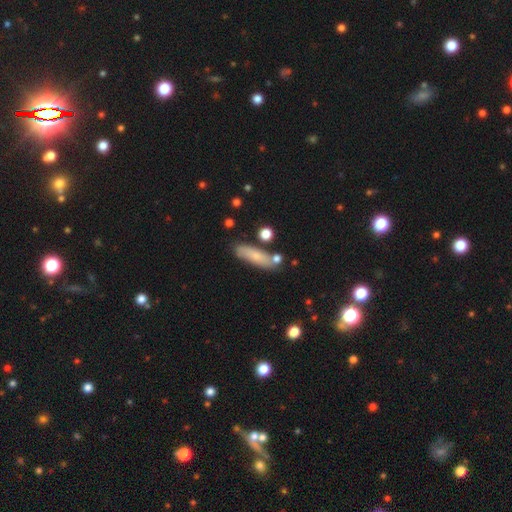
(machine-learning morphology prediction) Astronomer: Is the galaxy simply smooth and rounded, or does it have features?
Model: smooth — 72%.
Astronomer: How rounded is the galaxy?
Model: cigar-shaped — 58% (runner-up: in between, 39%).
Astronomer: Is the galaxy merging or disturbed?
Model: none — 73%.